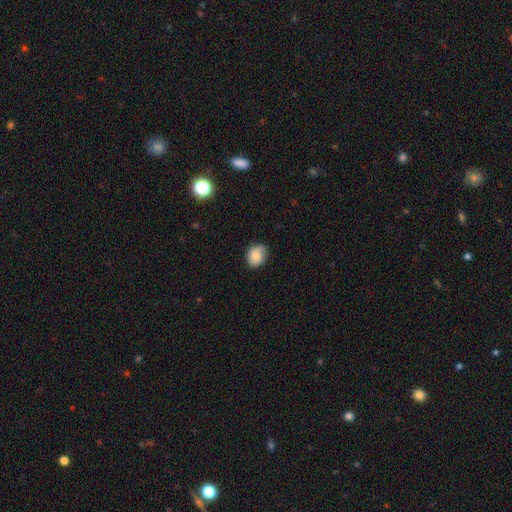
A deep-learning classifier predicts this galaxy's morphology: Q: Smooth or featured?
A: smooth (63%); runner-up: featured or disk (28%)
Q: How rounded?
A: round (56%); runner-up: in between (43%)
Q: Merging?
A: none (69%); runner-up: minor disturbance (24%)